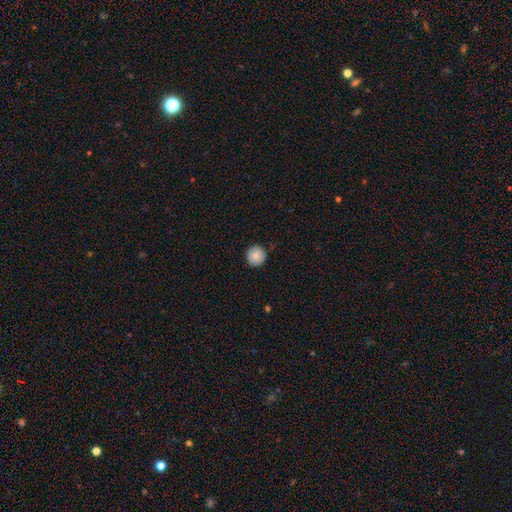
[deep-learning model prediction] smooth_or_featured: smooth (p=0.82) [alt: featured or disk p=0.10]
how_rounded: round (p=0.93) [alt: in between p=0.06]
merging: none (p=0.84) [alt: minor disturbance p=0.13]